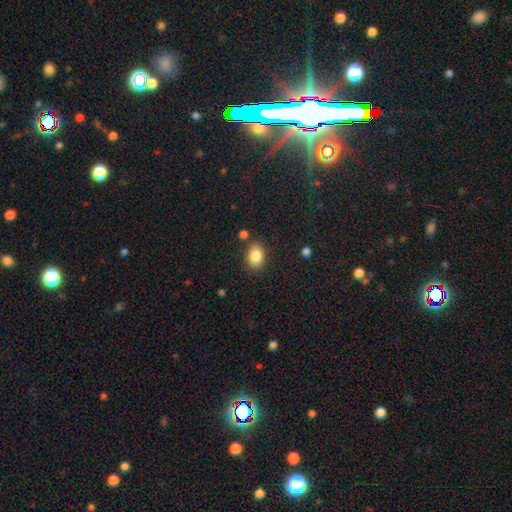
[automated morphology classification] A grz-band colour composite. It shows a smooth galaxy with no disk features (86%) that is in between round and cigar-shaped (82%). Merging: none (81%).